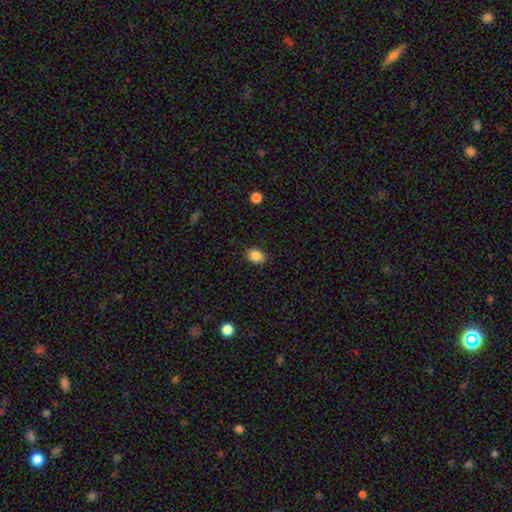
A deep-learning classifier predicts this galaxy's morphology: Smooth or featured? smooth (86%)
How rounded? in between (70%)
Merging? none (88%)